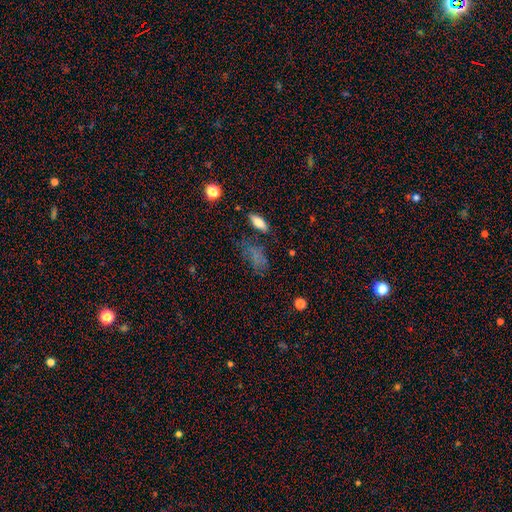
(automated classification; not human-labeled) Q: Smooth or featured?
A: smooth (59%); runner-up: star or artifact (23%)
Q: How rounded?
A: in between (73%); runner-up: cigar-shaped (16%)
Q: Merging?
A: none (56%); runner-up: minor disturbance (23%)